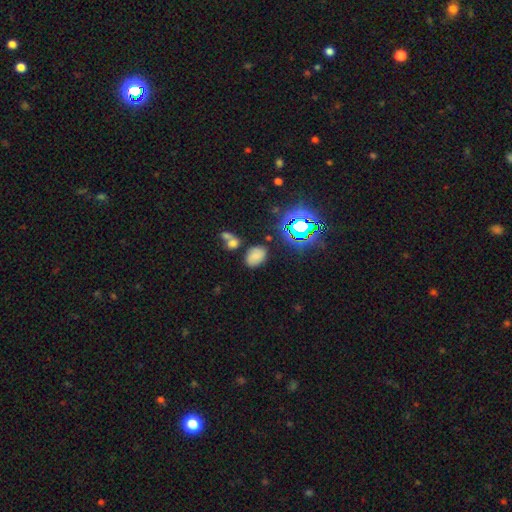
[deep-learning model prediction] Q: Smooth or featured?
A: smooth (71%); runner-up: star or artifact (21%)
Q: How rounded?
A: in between (84%); runner-up: round (15%)
Q: Merging?
A: none (72%); runner-up: minor disturbance (13%)